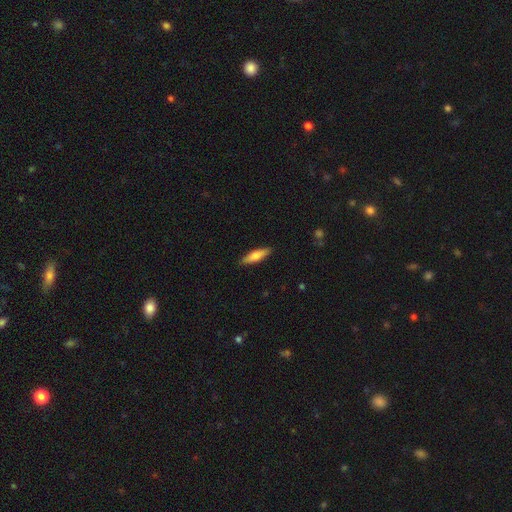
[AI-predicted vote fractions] This is likely a smooth galaxy (66%). How rounded: likely cigar-shaped (65%). Merging: clearly none (88%).